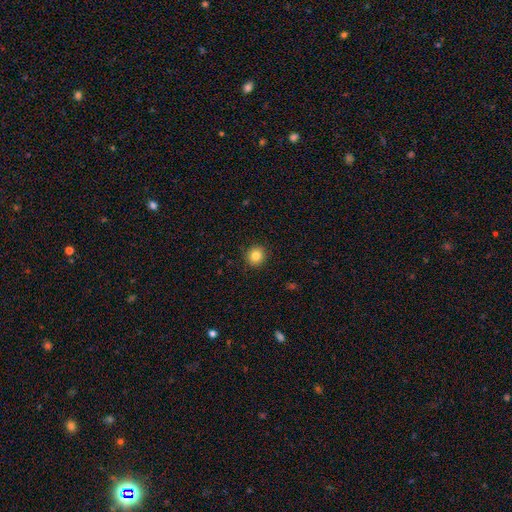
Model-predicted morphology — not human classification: A smooth galaxy with no disk features (84%) that is round (91%).

Vote fractions:
- Smooth or featured? smooth: 84% / star or artifact: 10% / featured or disk: 6%
- How rounded? round: 91% / in between: 8% / cigar-shaped: 1%
- Merging? none: 91% / minor disturbance: 6% / major disturbance: 2% / merger: 1%